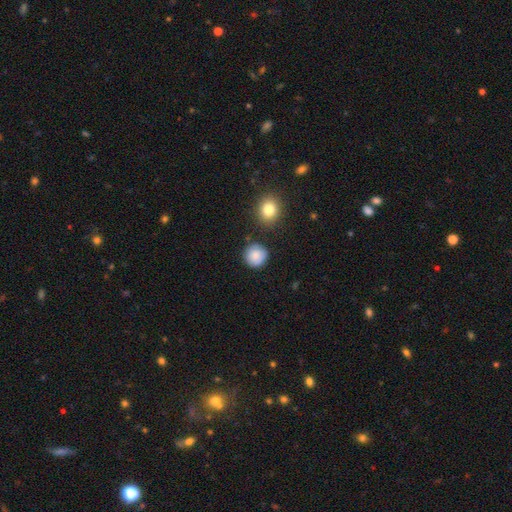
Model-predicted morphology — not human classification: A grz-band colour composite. It shows a smooth galaxy with no disk features (86%) that is round (93%). Merging: none (84%).